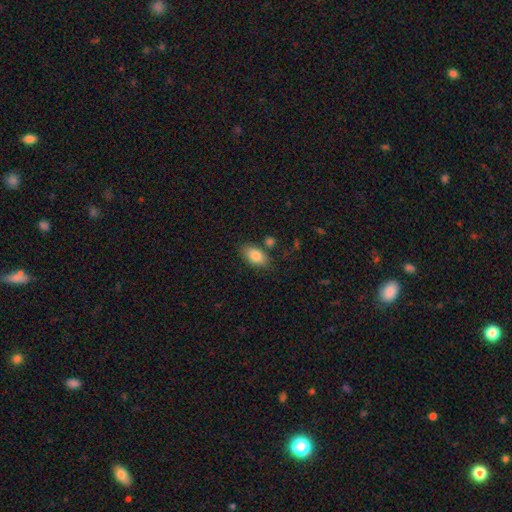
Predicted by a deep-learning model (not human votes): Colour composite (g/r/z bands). It shows a smooth galaxy with no disk features (84%) that is in between round and cigar-shaped (92%). Merging: none (77%).